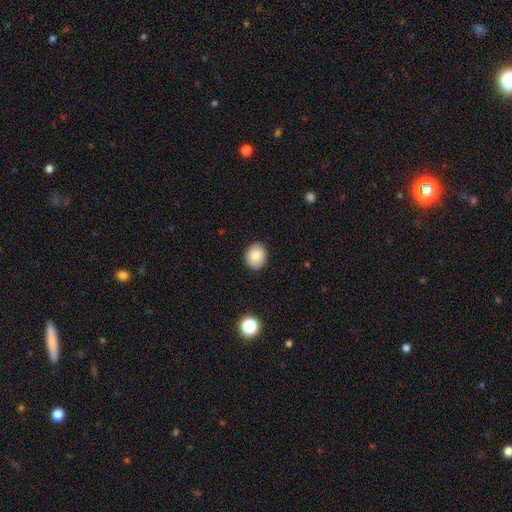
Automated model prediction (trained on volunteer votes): The model was most divided on "how rounded": round: 56%, in between: 43%, cigar-shaped: 1%. More confident: merging — none (90%); smooth or featured — smooth (83%).